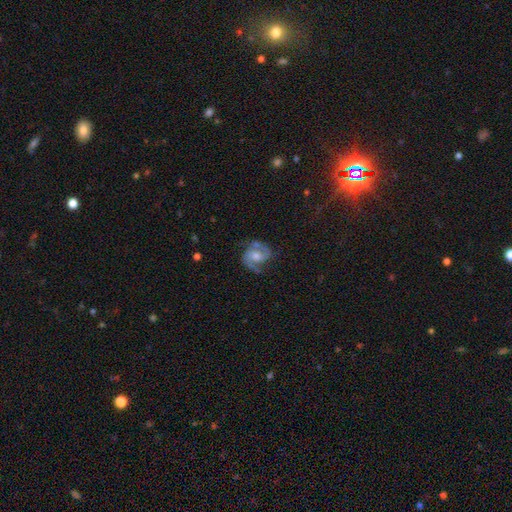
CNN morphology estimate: smooth_or_featured: featured or disk (p=0.86) [alt: star or artifact p=0.07]
disk_edge_on: no (p=0.98) [alt: yes p=0.02]
bar: weak (p=0.44) [alt: no p=0.40]
has_spiral_arms: yes (p=0.97) [alt: no p=0.03]
spiral_winding: medium (p=0.58) [alt: tight p=0.25]
spiral_arm_count: 2 (p=0.91) [alt: can't tell p=0.03]
bulge_size: moderate (p=0.55) [alt: small p=0.30]
merging: none (p=0.75) [alt: minor disturbance p=0.16]